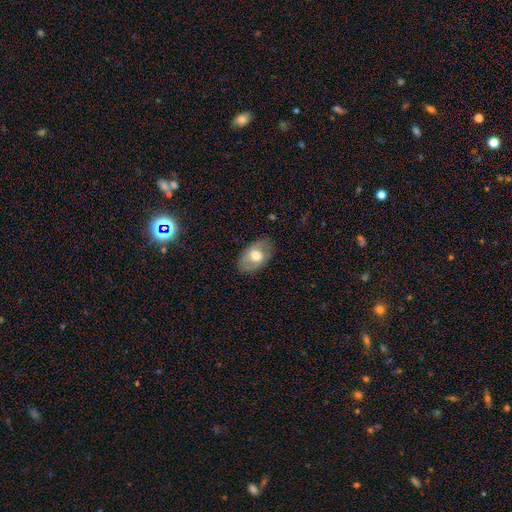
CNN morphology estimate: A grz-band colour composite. It shows a smooth galaxy with no disk features (57%) that is in between round and cigar-shaped (87%). Merging: none (79%).